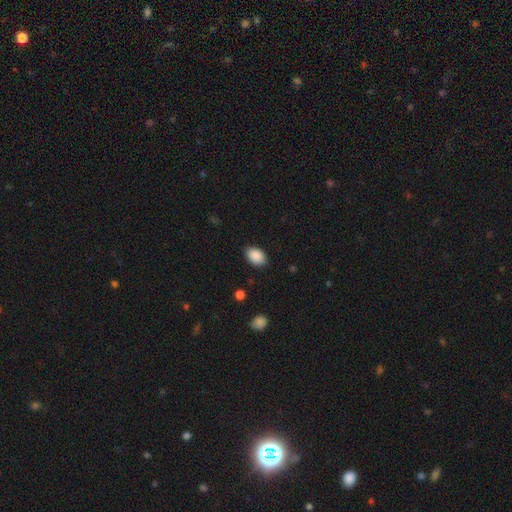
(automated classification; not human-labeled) Smooth or featured? Predicted: smooth (p=0.89). How rounded? Predicted: in between (p=0.86). Merging? Predicted: none (p=0.86).